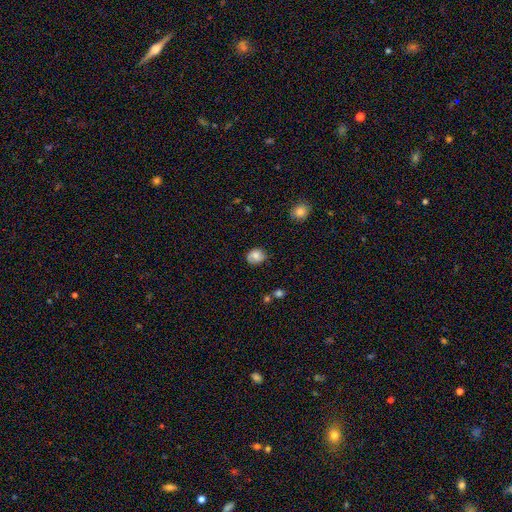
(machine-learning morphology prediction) Smooth or featured? Predicted: smooth (p=0.75). How rounded? Predicted: round (p=0.57). Merging? Predicted: none (p=0.72).